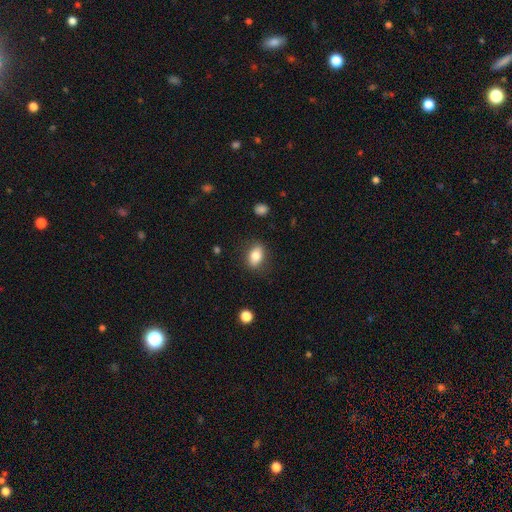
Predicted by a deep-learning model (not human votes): This is likely a smooth galaxy (79%). How rounded: likely in between (80%). Merging: clearly none (84%).